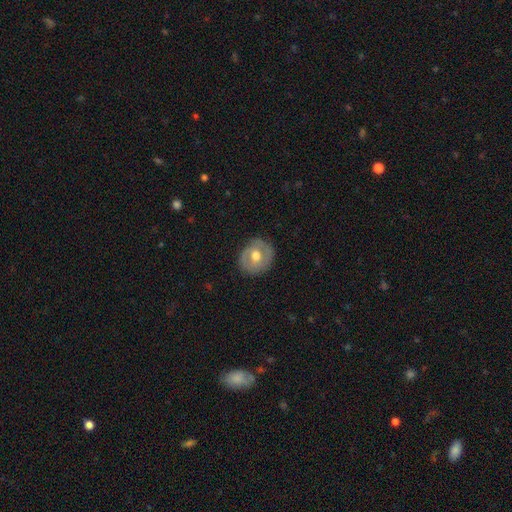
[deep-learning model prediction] Smooth or featured?
  - featured or disk: 49% *
  - smooth: 45%
  - star or artifact: 6%
Merging?
  - none: 81% *
  - minor disturbance: 14%
  - major disturbance: 4%
  - merger: 1%